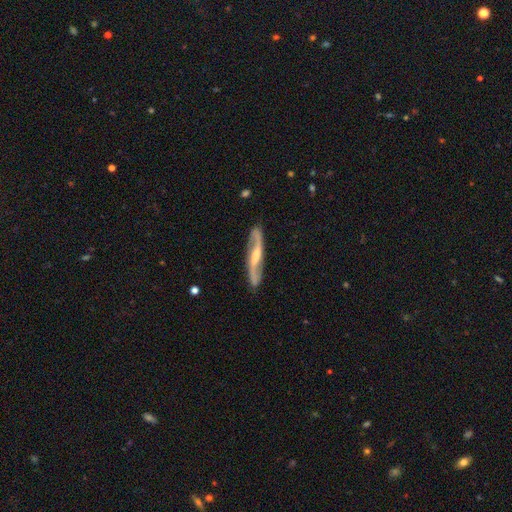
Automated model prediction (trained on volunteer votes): Smooth or featured: featured or disk — 85% (smooth — 10%)
Edge-on disk: no — 77% (yes — 23%)
Bar: weak — 42% (strong — 29%)
Spiral arms: yes — 96% (no — 4%)
Spiral winding: loose — 47% (medium — 40%)
Spiral arm count: 2 — 93% (can't tell — 3%)
Bulge size: moderate — 48% (small — 34%)
Merging: none — 86% (minor disturbance — 11%)